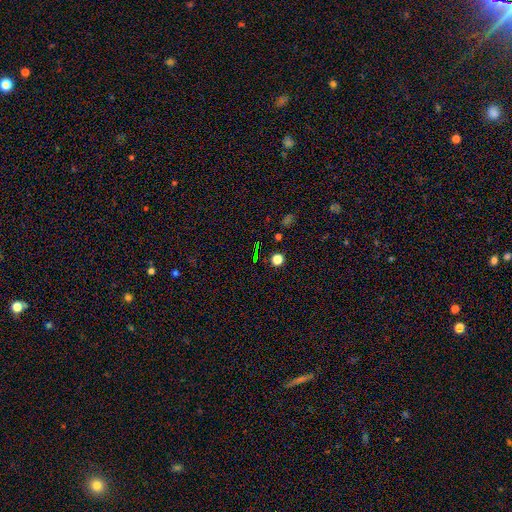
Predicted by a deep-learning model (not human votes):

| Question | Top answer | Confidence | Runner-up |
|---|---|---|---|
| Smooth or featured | star or artifact | 61% | smooth (29%) |